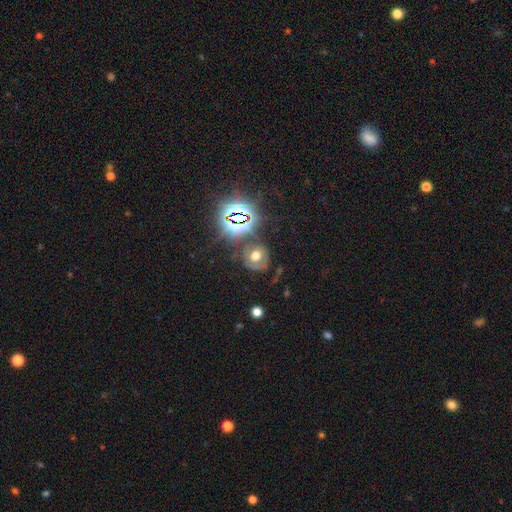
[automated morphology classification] Smooth or featured? Predicted: smooth (p=0.42). Merging? Predicted: none (p=0.63).